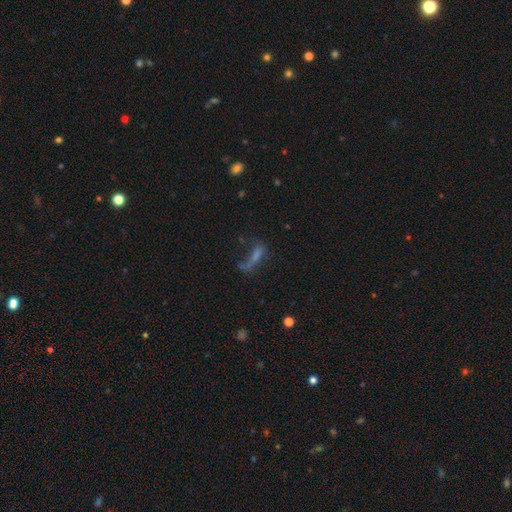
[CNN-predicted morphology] A smooth galaxy with no disk features (40%).

Vote fractions:
- Smooth or featured? smooth: 40% / featured or disk: 35% / star or artifact: 25%
- Merging? major disturbance: 38% / none: 34% / minor disturbance: 18% / merger: 10%